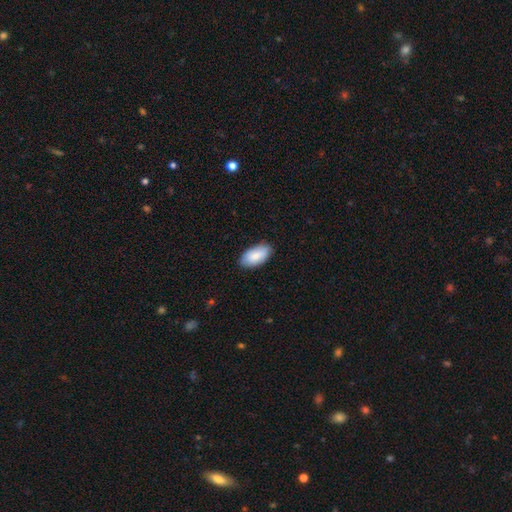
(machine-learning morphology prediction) This is clearly a smooth galaxy (86%). How rounded: clearly in between (95%). Merging: clearly none (85%).